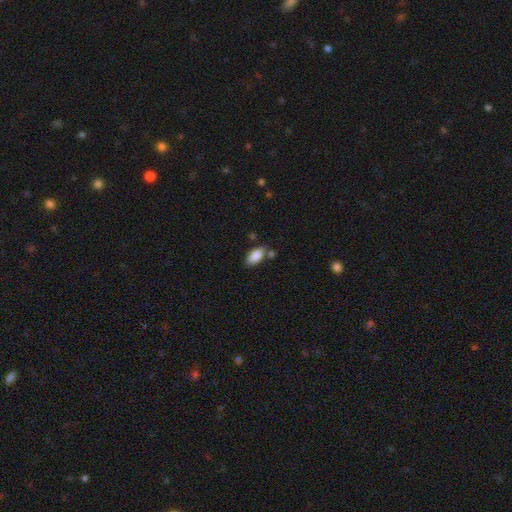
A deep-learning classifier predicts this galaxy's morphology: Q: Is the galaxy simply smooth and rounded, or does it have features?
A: smooth — 87%.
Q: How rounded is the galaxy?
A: in between — 93%.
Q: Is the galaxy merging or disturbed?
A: none — 72%.